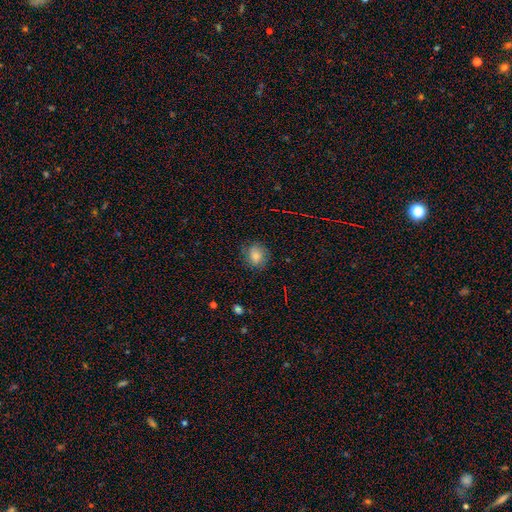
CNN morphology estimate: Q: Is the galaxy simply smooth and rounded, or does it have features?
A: smooth — 78%.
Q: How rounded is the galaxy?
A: round — 64%.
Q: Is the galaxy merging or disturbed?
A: none — 77%.